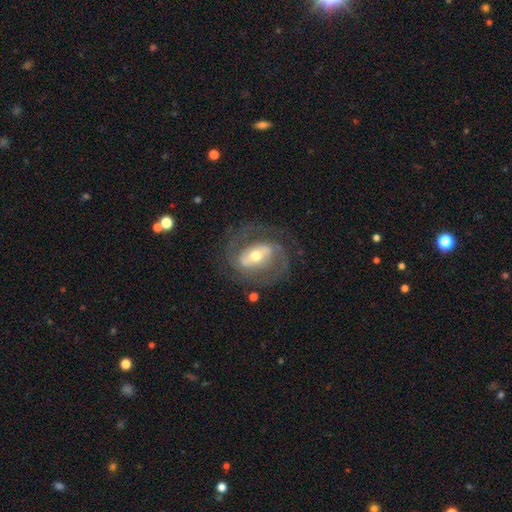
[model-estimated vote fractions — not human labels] Q: Smooth or featured?
A: featured or disk (81%); runner-up: smooth (14%)
Q: Edge-on disk?
A: no (95%); runner-up: yes (5%)
Q: Bar?
A: strong (43%); runner-up: weak (34%)
Q: Spiral arms?
A: yes (84%); runner-up: no (16%)
Q: Spiral winding?
A: medium (48%); runner-up: tight (35%)
Q: Spiral arm count?
A: 2 (79%); runner-up: can't tell (10%)
Q: Bulge size?
A: moderate (63%); runner-up: small (28%)
Q: Merging?
A: none (70%); runner-up: minor disturbance (15%)